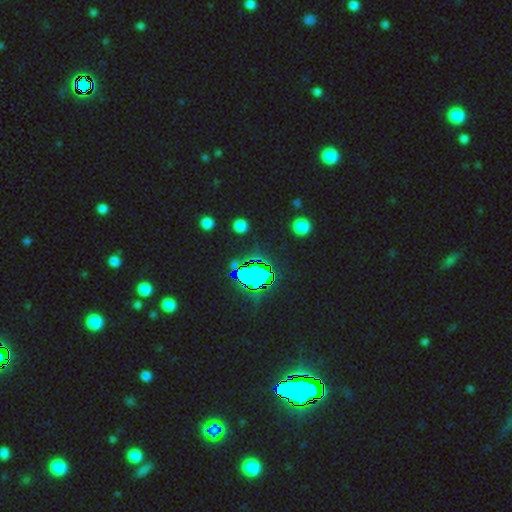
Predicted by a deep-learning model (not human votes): smooth-or-featured: star or artifact: 81% | smooth: 12% | featured or disk: 7%